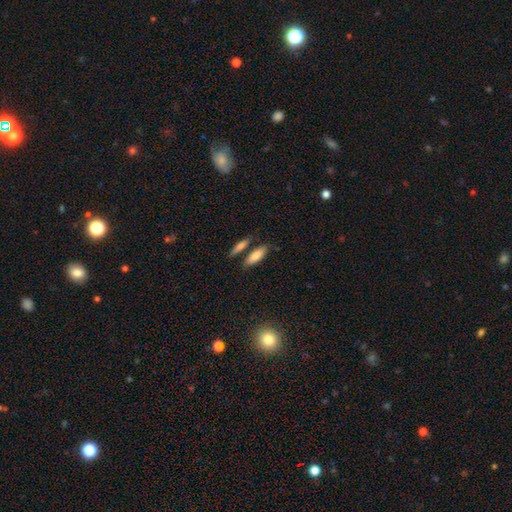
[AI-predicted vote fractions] Morphology: type=smooth (82%); roundness=in between (58%); merging=none (69%).